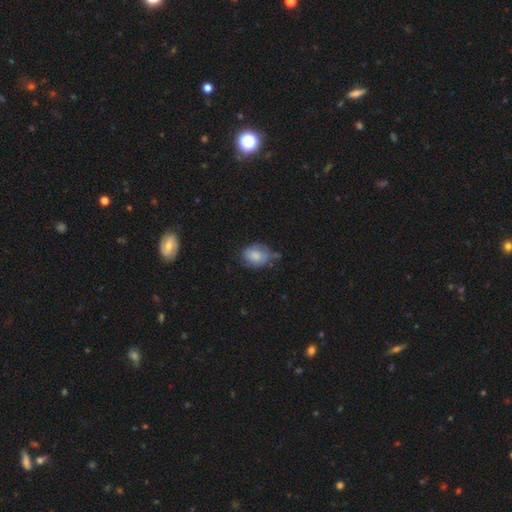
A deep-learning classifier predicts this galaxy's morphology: type=smooth (69%); roundness=in between (52%); merging=none (45%).